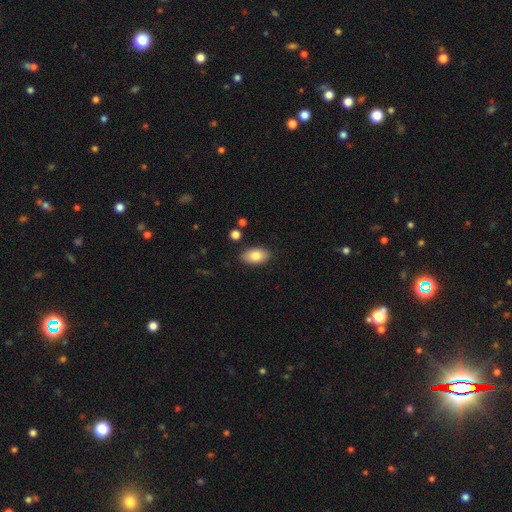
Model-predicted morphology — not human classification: The model was most divided on "smooth or featured": smooth: 82%, featured or disk: 11%, star or artifact: 7%. More confident: how rounded — in between (93%); merging — none (86%).